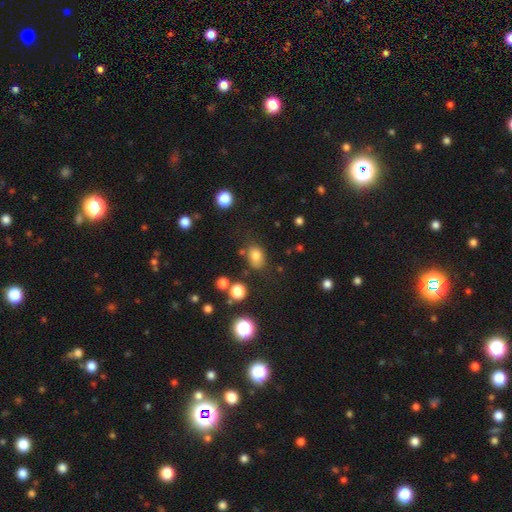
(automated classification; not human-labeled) Overall: smooth (79%). How rounded: in between (71%). Merging: none (70%).